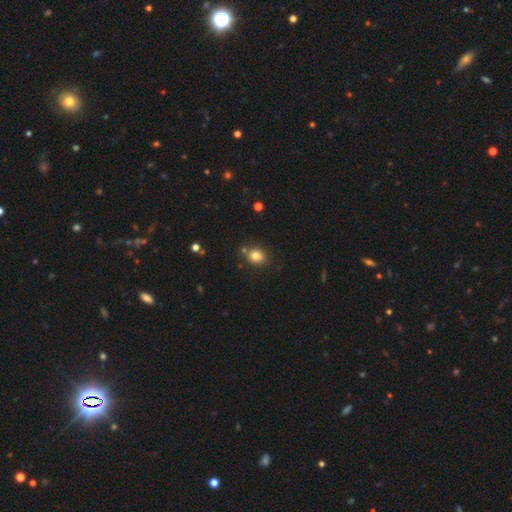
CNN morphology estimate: Smooth or featured? Predicted: smooth (p=0.82). How rounded? Predicted: round (p=0.61). Merging? Predicted: none (p=0.75).